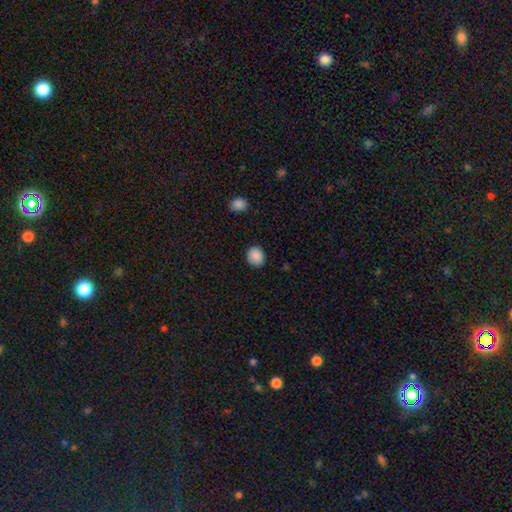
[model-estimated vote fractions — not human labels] A smooth galaxy with no disk features (89%) that is round (70%).

Vote fractions:
- Smooth or featured? smooth: 89% / star or artifact: 9% / featured or disk: 3%
- How rounded? round: 70% / in between: 29% / cigar-shaped: 1%
- Merging? none: 87% / minor disturbance: 10% / major disturbance: 2% / merger: 1%